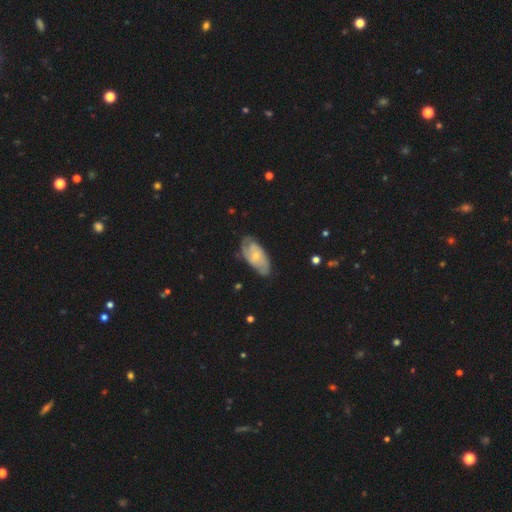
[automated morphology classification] type=featured or disk (68%); edge-on=no (93%); bar=no (72%); spiral arms=yes (87%); winding=tight (52%); arm count=2 (42%); bulge=small (61%); merging=none (67%).